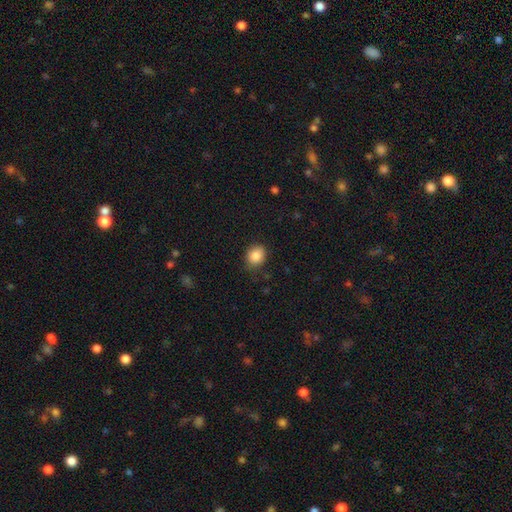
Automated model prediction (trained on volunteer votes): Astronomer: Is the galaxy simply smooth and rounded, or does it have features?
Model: smooth — 87%.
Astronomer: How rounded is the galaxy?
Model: round — 63%.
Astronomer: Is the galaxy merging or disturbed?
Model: none — 81%.